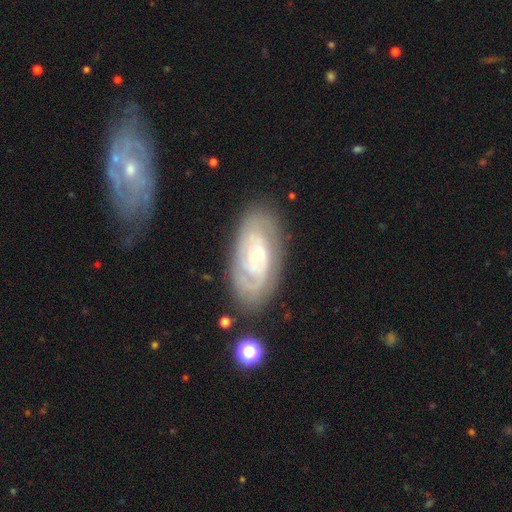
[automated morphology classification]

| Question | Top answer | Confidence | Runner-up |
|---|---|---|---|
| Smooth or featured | featured or disk | 79% | smooth (15%) |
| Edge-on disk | no | 95% | yes (5%) |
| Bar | no | 58% | weak (34%) |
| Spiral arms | yes | 89% | no (11%) |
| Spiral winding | tight | 68% | medium (25%) |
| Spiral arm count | can't tell | 40% | 2 (34%) |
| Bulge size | small | 69% | moderate (26%) |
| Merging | none | 75% | minor disturbance (16%) |